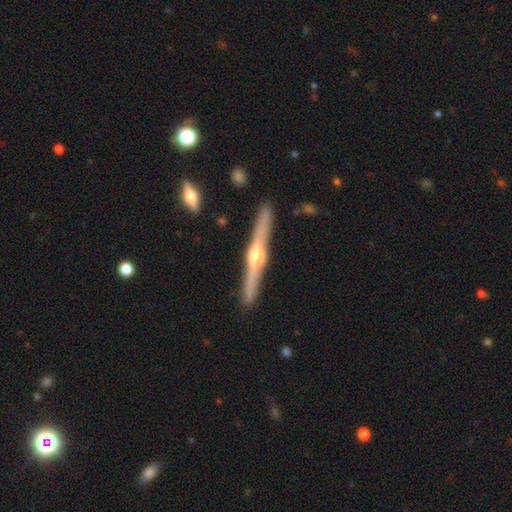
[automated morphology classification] A featured or disk galaxy (80%) viewed edge-on (98%) with a rounded central bulge (91%). Merging: none (90%).